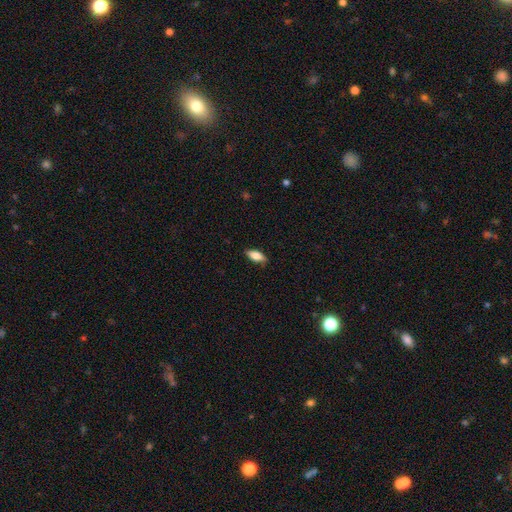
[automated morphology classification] Overall: smooth (80%). How rounded: in between (80%). Merging: none (86%).